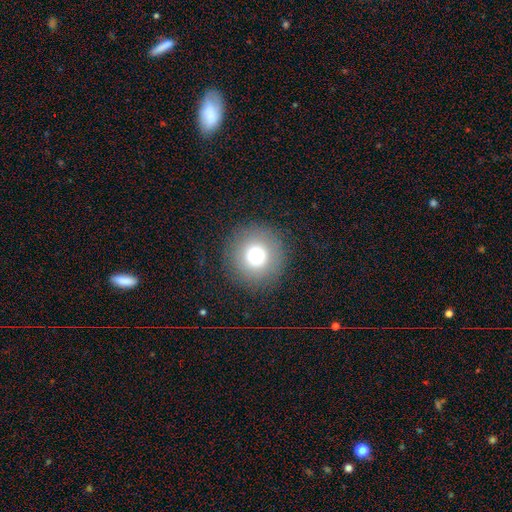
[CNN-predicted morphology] type=smooth (75%); roundness=round (92%); merging=none (87%).